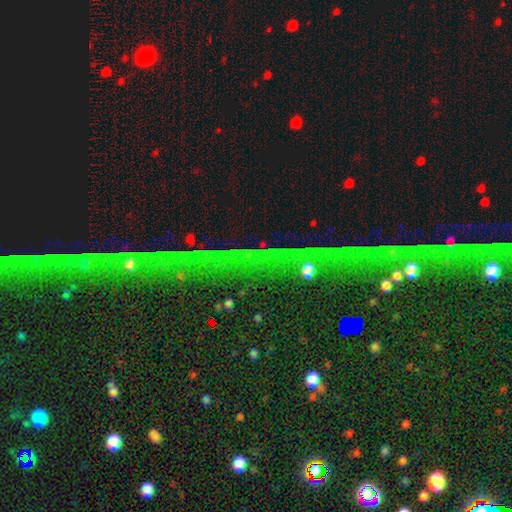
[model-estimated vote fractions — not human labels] star or artifact 83%, featured or disk 9%, smooth 8%.